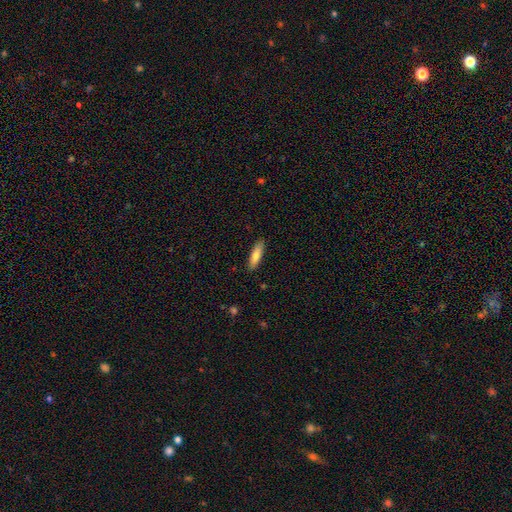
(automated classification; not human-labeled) Smooth or featured: smooth — 73% (featured or disk — 21%)
How rounded: cigar-shaped — 67% (in between — 31%)
Merging: none — 88% (minor disturbance — 9%)